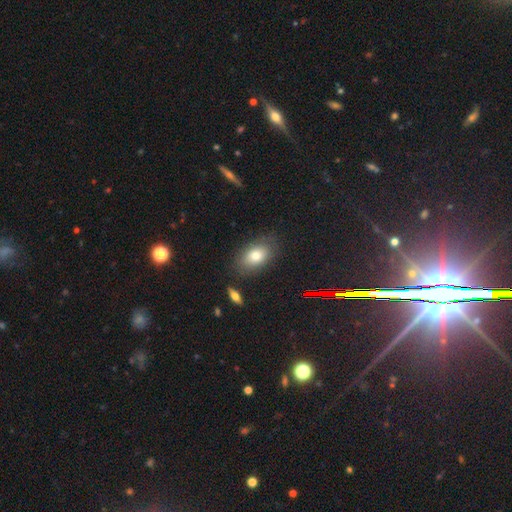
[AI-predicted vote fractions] smooth-or-featured: smooth: 76% | featured or disk: 15% | star or artifact: 10%
  how-rounded: in between: 86% | round: 12% | cigar-shaped: 2%
  merging: none: 80% | minor disturbance: 13% | major disturbance: 4% | merger: 3%